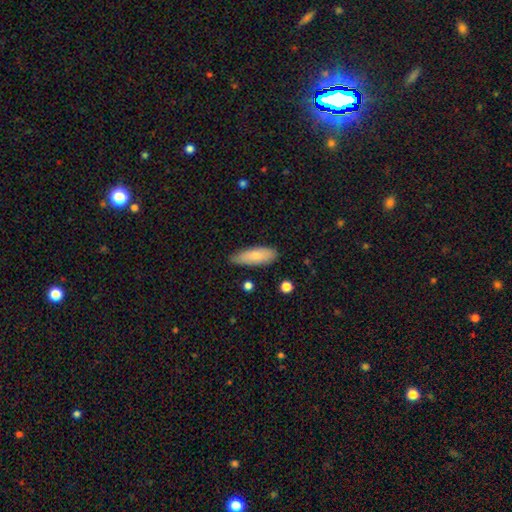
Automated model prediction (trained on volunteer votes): Smooth or featured?
  - smooth: 78% *
  - featured or disk: 16%
  - star or artifact: 6%
How rounded?
  - in between: 64% *
  - cigar-shaped: 34%
  - round: 2%
Merging?
  - none: 78% *
  - minor disturbance: 18%
  - major disturbance: 3%
  - merger: 2%